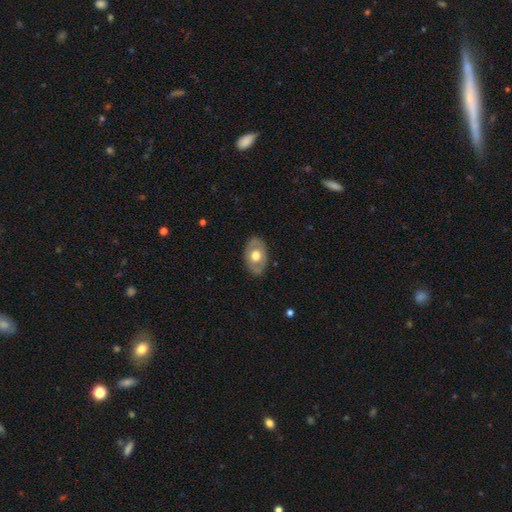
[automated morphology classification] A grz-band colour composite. It shows a smooth galaxy with no disk features (50%). Merging: none (82%).